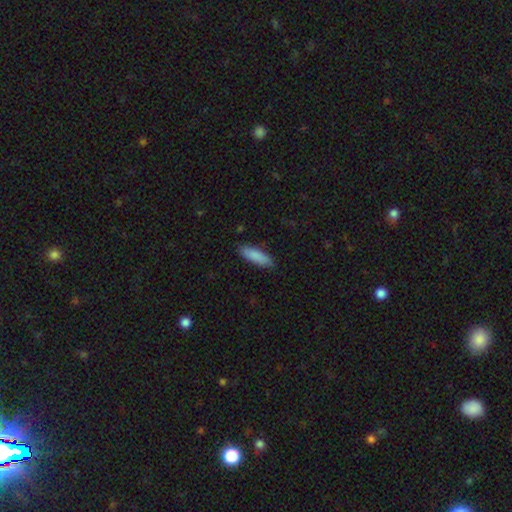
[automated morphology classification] Overall: smooth (87%). How rounded: cigar-shaped (51%; in between 48%). Merging: none (83%).